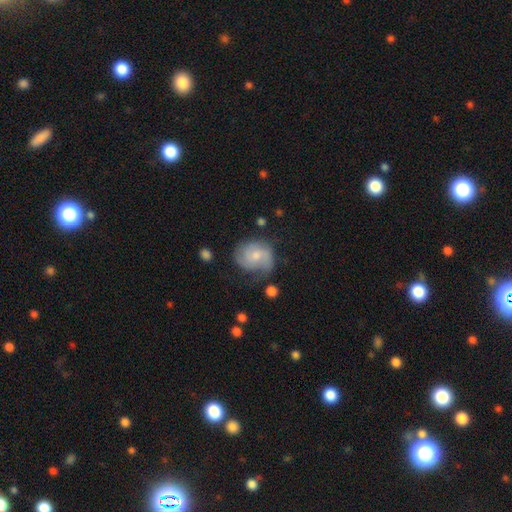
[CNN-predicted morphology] A featured or disk galaxy (52%) with no bar (65%), spiral arms (84%) and a small central bulge (44%, tied with moderate). Merging: none (55%).